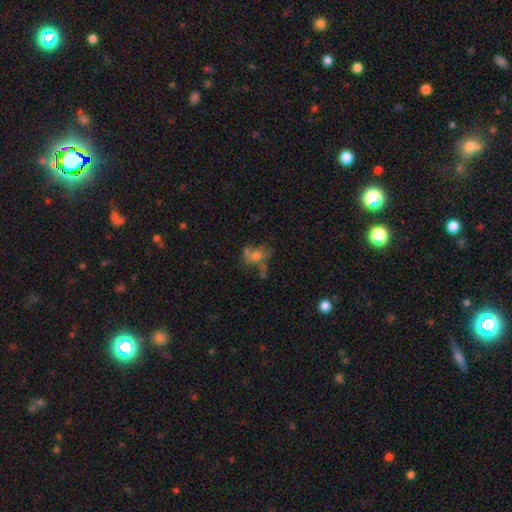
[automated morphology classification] featured or disk 43%, smooth 37%, star or artifact 20%. Down the decision tree: merging — none (37%).